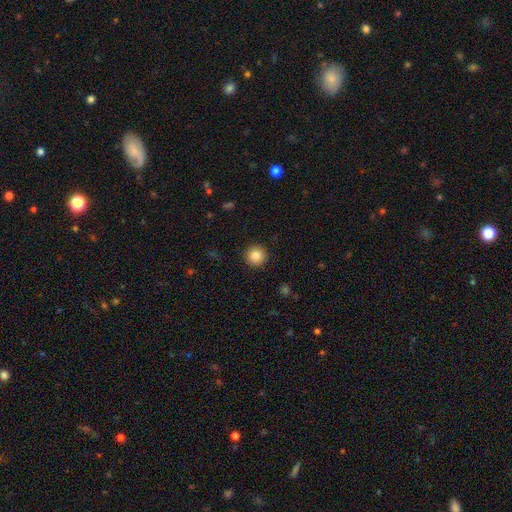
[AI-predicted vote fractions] This is clearly a smooth galaxy (84%). How rounded: clearly round (96%). Merging: clearly none (93%).